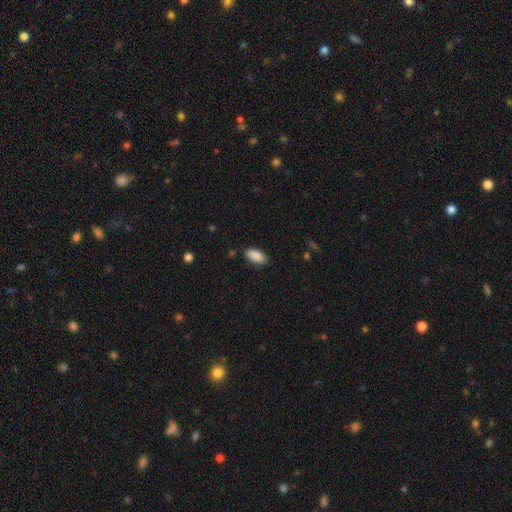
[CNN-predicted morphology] smooth 90%, star or artifact 7%, featured or disk 4%. Down the decision tree: how rounded — in between (93%); merging — none (84%).